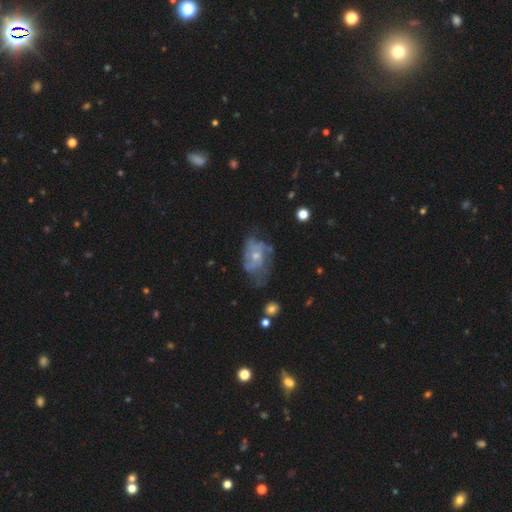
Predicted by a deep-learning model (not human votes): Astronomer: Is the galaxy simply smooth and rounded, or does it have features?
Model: featured or disk — 70%.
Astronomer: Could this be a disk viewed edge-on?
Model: no — 97%.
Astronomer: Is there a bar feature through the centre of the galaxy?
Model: no — 75%.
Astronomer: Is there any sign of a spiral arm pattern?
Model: yes — 73%.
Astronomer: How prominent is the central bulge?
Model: small — 52% (runner-up: moderate, 42%).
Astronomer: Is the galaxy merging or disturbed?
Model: none — 44% (runner-up: minor disturbance, 27%).